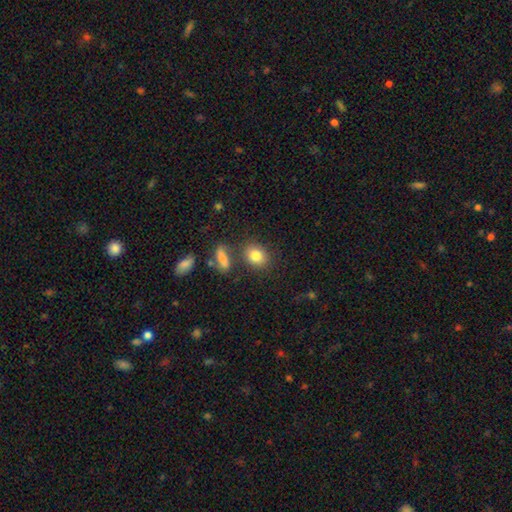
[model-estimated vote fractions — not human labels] Smooth or featured? smooth (82%)
How rounded? round (53%)
Merging? none (76%)